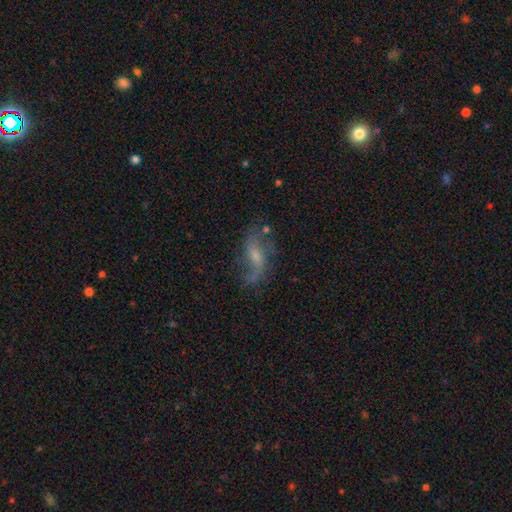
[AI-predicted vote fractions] Q: Smooth or featured?
A: featured or disk (70%); runner-up: smooth (21%)
Q: Edge-on disk?
A: no (93%); runner-up: yes (7%)
Q: Bar?
A: no (46%); runner-up: weak (42%)
Q: Spiral arms?
A: yes (86%); runner-up: no (14%)
Q: Spiral winding?
A: loose (81%); runner-up: medium (15%)
Q: Spiral arm count?
A: 2 (78%); runner-up: 1 (11%)
Q: Bulge size?
A: small (52%); runner-up: moderate (31%)
Q: Merging?
A: none (53%); runner-up: minor disturbance (22%)